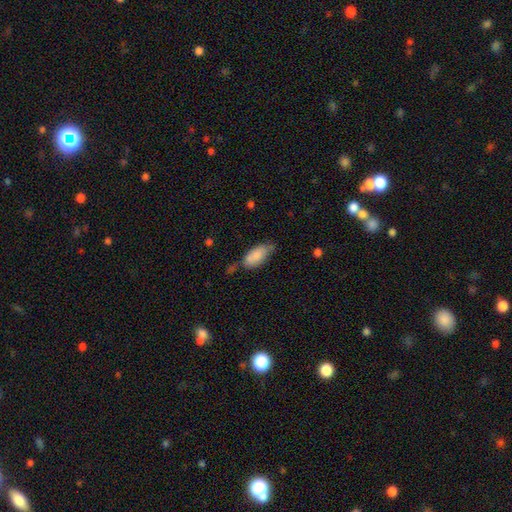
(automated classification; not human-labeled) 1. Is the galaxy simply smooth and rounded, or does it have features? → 80% smooth, 13% featured or disk, 7% star or artifact.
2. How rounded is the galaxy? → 90% in between, 8% cigar-shaped, 2% round.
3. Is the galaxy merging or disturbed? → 55% none, 29% minor disturbance, 10% merger, 7% major disturbance.